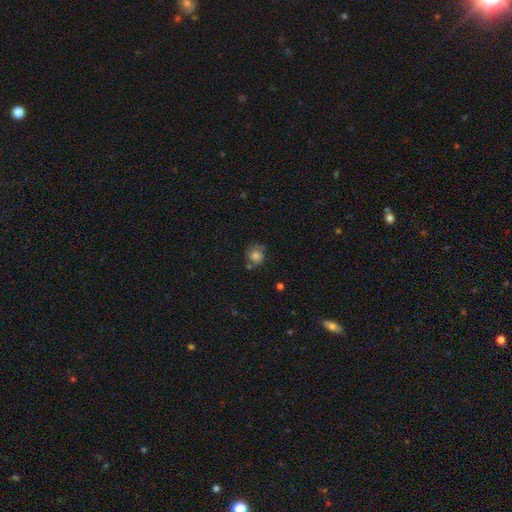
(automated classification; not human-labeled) Smooth or featured?
  - smooth: 74% *
  - featured or disk: 15%
  - star or artifact: 11%
How rounded?
  - round: 82% *
  - in between: 17%
  - cigar-shaped: 1%
Merging?
  - none: 59% *
  - minor disturbance: 23%
  - merger: 10%
  - major disturbance: 8%